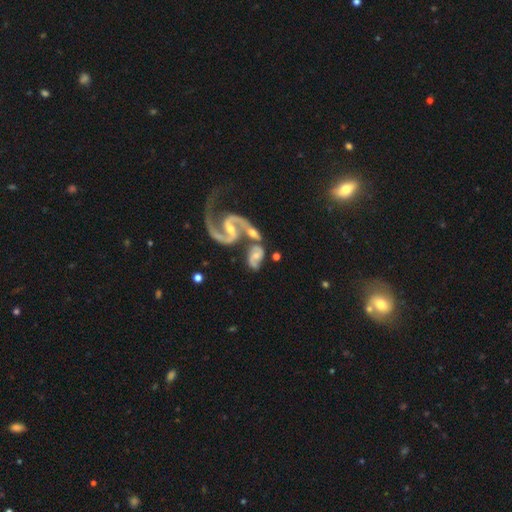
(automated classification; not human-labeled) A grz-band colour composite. It shows a featured or disk galaxy (80%) with a weak bar (42%), 2 (88%) medium (52%) spiral arms (94%) and a moderate central bulge (47%). Merging: merger (54%).